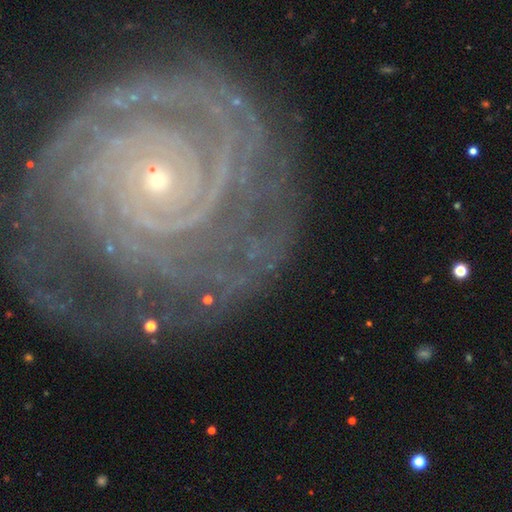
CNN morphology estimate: Smooth or featured?
  - featured or disk: 90% *
  - star or artifact: 7%
  - smooth: 4%
Edge-on disk?
  - no: 97% *
  - yes: 3%
Bar?
  - no: 75% *
  - weak: 16%
  - strong: 9%
Spiral arms?
  - yes: 98% *
  - no: 2%
Spiral winding?
  - tight: 86% *
  - medium: 12%
  - loose: 2%
Spiral arm count?
  - 2: 22% *
  - can't tell: 20%
  - more than 4: 18%
  - 3: 16%
  - 4: 15%
  - 1: 9%
Bulge size?
  - small: 76% *
  - moderate: 20%
  - large: 1%
  - none: 1%
  - dominant: 1%
Merging?
  - none: 71% *
  - minor disturbance: 17%
  - major disturbance: 10%
  - merger: 2%